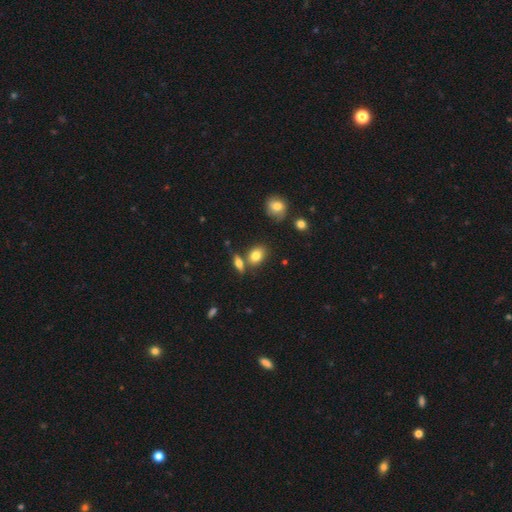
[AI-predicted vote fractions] Smooth or featured: smooth — 80% (featured or disk — 11%)
How rounded: in between — 73% (round — 24%)
Merging: none — 66% (merger — 18%)